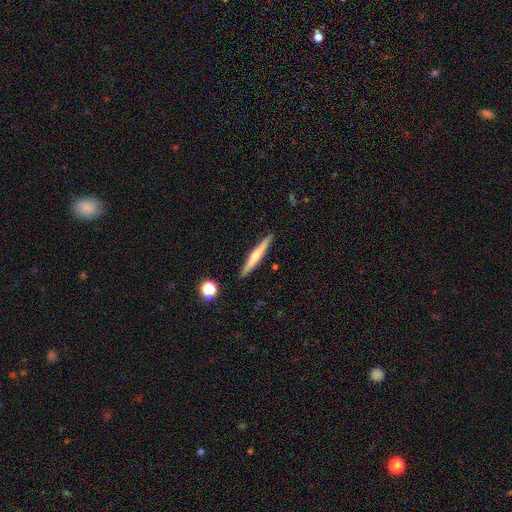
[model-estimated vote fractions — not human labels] smooth-or-featured: featured or disk: 49% | smooth: 45% | star or artifact: 6%
  merging: none: 91% | minor disturbance: 6% | merger: 1% | major disturbance: 1%